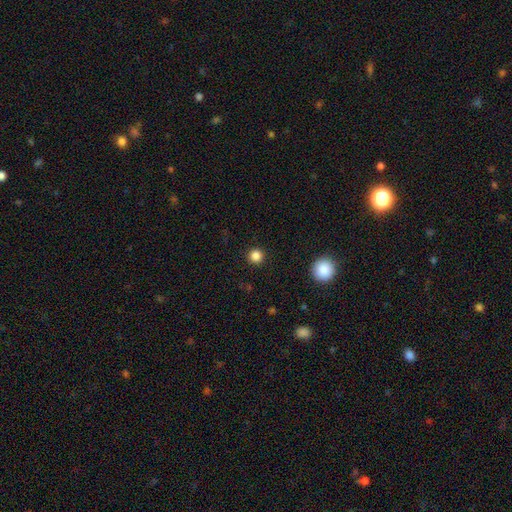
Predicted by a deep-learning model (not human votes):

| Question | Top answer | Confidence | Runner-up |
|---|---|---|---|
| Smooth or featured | smooth | 84% | star or artifact (12%) |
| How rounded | round | 96% | in between (4%) |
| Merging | none | 92% | minor disturbance (5%) |